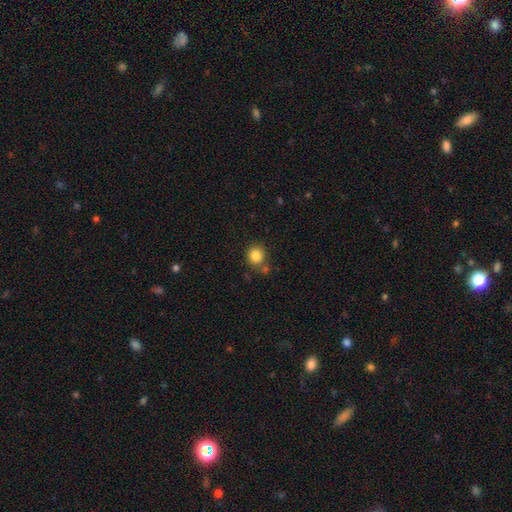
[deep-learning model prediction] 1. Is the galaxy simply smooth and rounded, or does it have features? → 85% smooth, 10% star or artifact, 5% featured or disk.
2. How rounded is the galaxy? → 87% round, 12% in between, 1% cigar-shaped.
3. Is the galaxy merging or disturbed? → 74% none, 12% minor disturbance, 11% merger, 4% major disturbance.